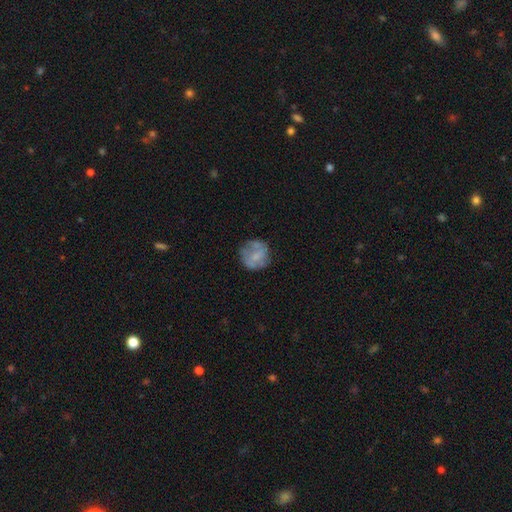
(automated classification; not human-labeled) smooth_or_featured: smooth (p=0.53) [alt: featured or disk p=0.38]
how_rounded: round (p=0.86) [alt: in between p=0.13]
merging: none (p=0.64) [alt: minor disturbance p=0.22]